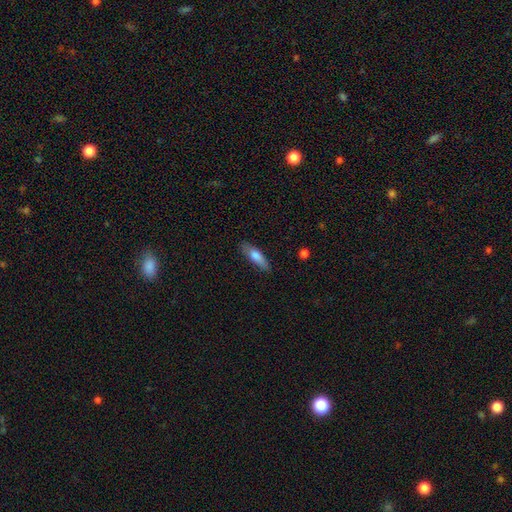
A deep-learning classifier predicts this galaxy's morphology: This appears to be a smooth galaxy with no disk features (74%) that is cigar-shaped (55%). Merging: none (79%).